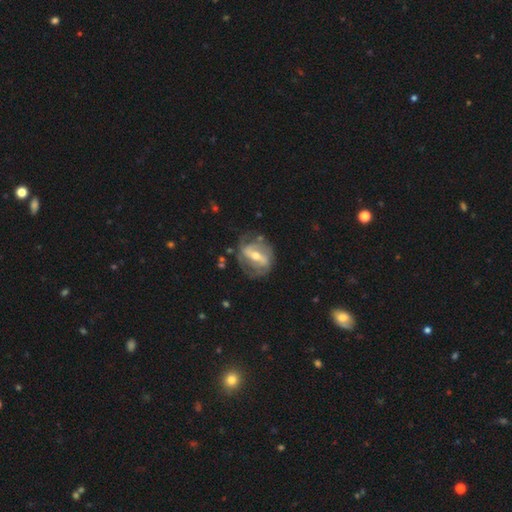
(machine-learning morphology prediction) This is clearly a featured or disk galaxy (81%). It is clearly not viewed edge-on (93%). Bar: likely strong (61%). Spiral arm pattern: likely yes (78%). Spiral arm count: likely 2 (64%). Spiral winding: marginally medium (40%). Central bulge: likely moderate (63%). Merging: likely none (65%).